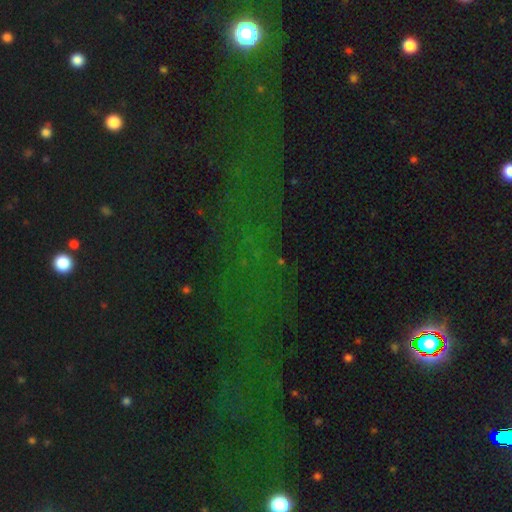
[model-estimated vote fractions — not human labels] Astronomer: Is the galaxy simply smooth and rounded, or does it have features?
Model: star or artifact — 72%.